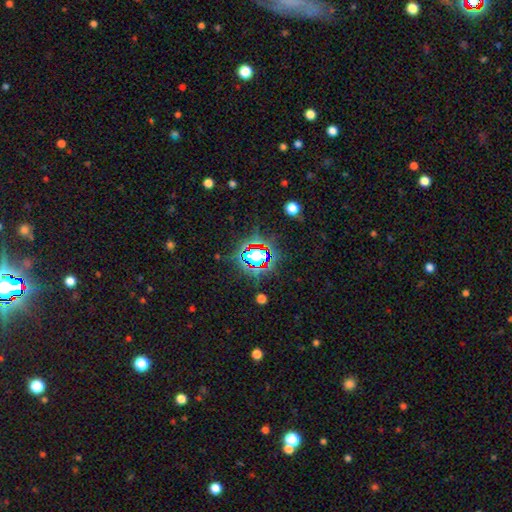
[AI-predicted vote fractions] Smooth or featured: star or artifact — 69% (smooth — 19%)